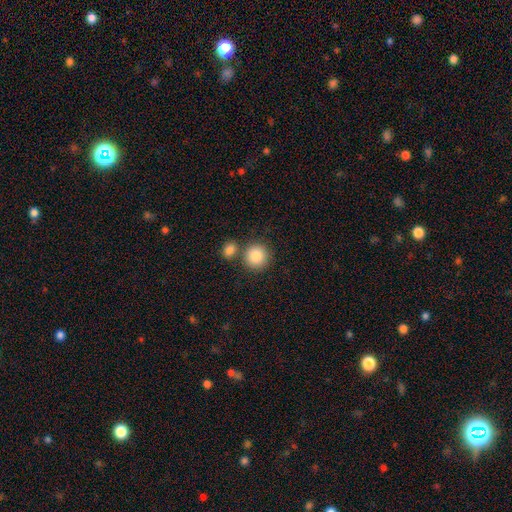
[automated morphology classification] Smooth or featured: smooth — 86% (star or artifact — 8%)
How rounded: round — 90% (in between — 9%)
Merging: none — 70% (merger — 19%)